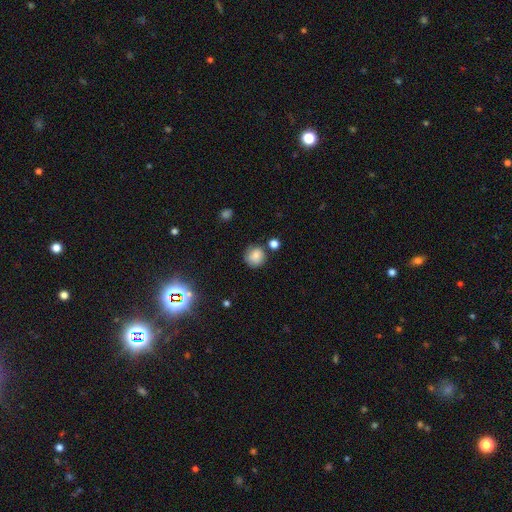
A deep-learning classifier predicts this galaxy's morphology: smooth-or-featured: smooth: 77% | star or artifact: 12% | featured or disk: 12%
  how-rounded: round: 91% | in between: 8% | cigar-shaped: 1%
  merging: none: 75% | minor disturbance: 14% | merger: 7% | major disturbance: 4%